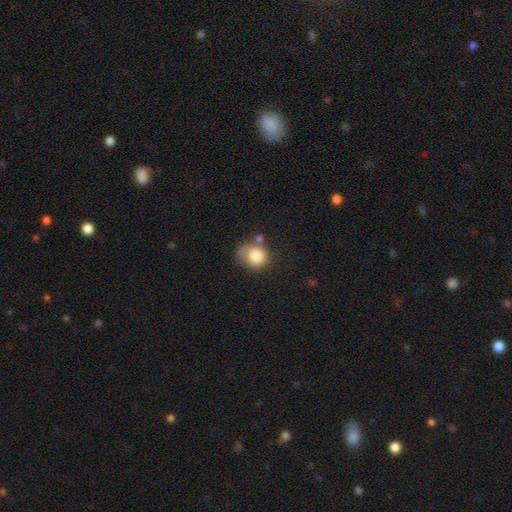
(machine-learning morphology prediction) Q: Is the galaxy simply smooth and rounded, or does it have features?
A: smooth — 82%.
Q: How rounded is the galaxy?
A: round — 65%.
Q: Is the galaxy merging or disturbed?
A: none — 46%.